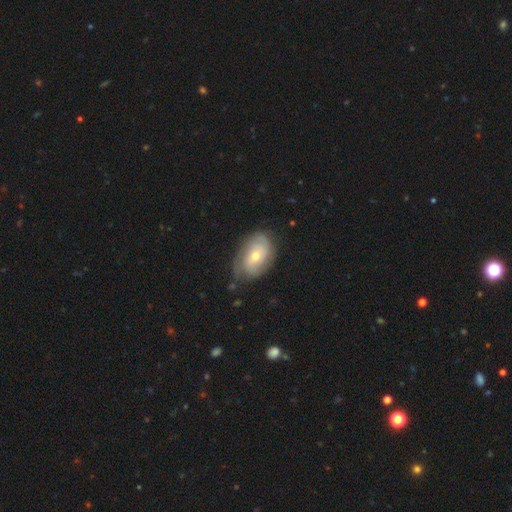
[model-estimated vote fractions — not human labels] Smooth or featured? Predicted: featured or disk (p=0.53). Edge-on disk? Predicted: no (p=0.94). Bar? Predicted: no (p=0.75). Spiral arms? Predicted: yes (p=0.75). Bulge size? Predicted: moderate (p=0.51). Merging? Predicted: none (p=0.68).